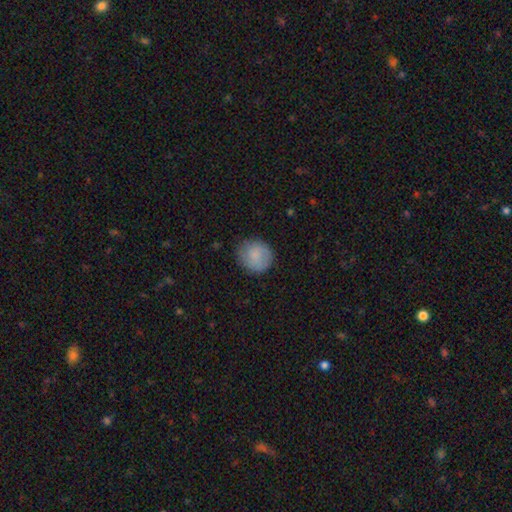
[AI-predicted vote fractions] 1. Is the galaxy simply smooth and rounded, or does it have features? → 83% smooth, 11% featured or disk, 7% star or artifact.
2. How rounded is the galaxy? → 88% round, 11% in between, 1% cigar-shaped.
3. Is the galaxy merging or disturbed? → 80% none, 15% minor disturbance, 4% major disturbance, 1% merger.